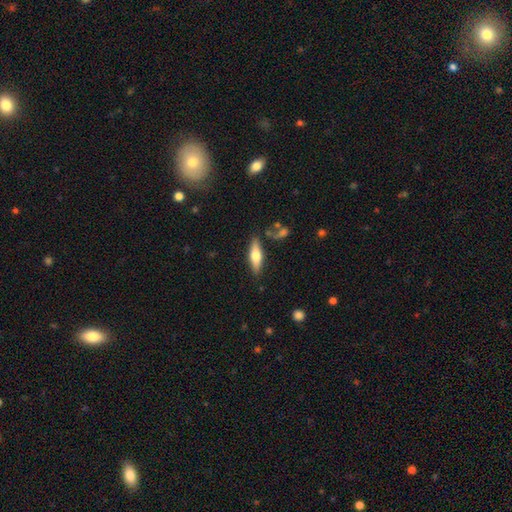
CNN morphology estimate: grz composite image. It shows a smooth galaxy with no disk features (48%). Merging: none (82%).